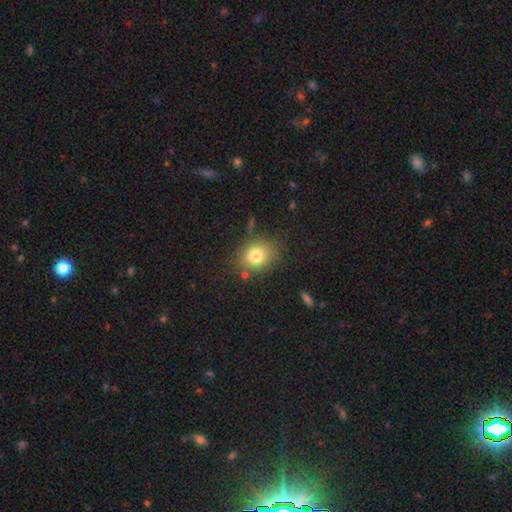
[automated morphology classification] smooth-or-featured: smooth: 79% | star or artifact: 11% | featured or disk: 10%
  how-rounded: round: 57% | in between: 42% | cigar-shaped: 1%
  merging: none: 78% | minor disturbance: 13% | major disturbance: 5% | merger: 4%